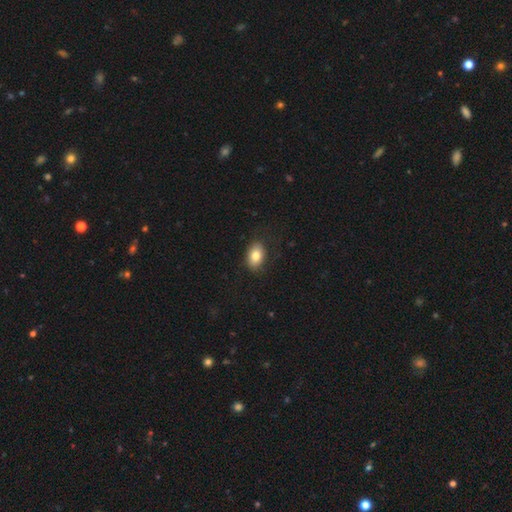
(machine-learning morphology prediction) smooth_or_featured: smooth (p=0.82) [alt: featured or disk p=0.10]
how_rounded: in between (p=0.85) [alt: round p=0.14]
merging: none (p=0.83) [alt: minor disturbance p=0.12]